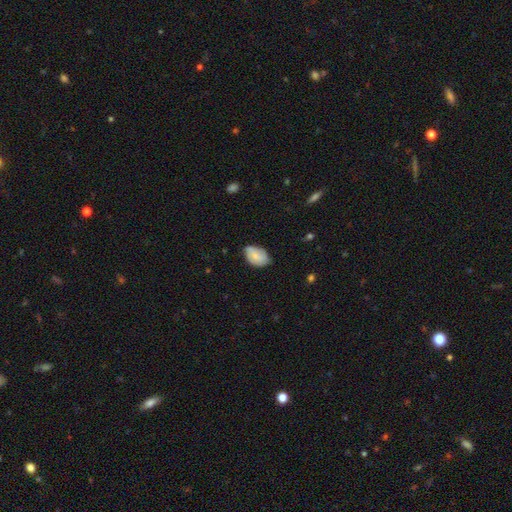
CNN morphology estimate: Overall: smooth (74%). How rounded: in between (88%). Merging: none (63%; minor disturbance 32%).